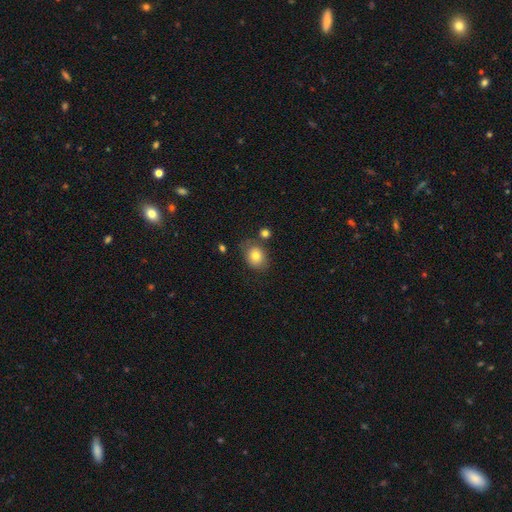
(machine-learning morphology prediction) A smooth galaxy with no disk features (79%) that is round (55%). Merging: none (69%).